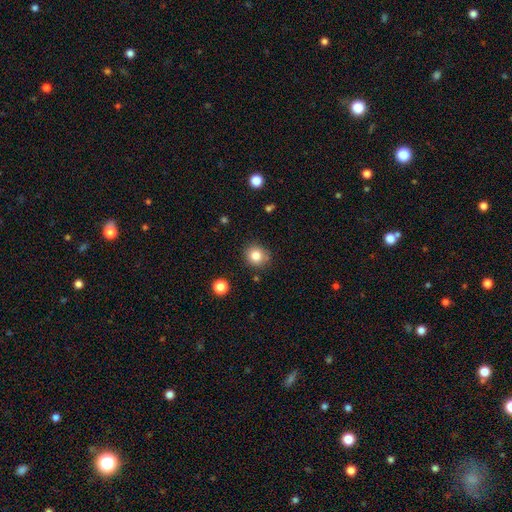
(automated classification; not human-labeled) This appears to be a smooth galaxy with no disk features (82%) that is round (87%). Merging: none (85%).